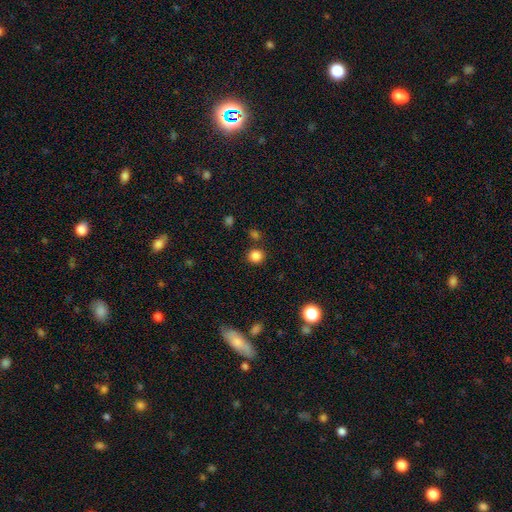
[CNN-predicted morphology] A smooth galaxy with no disk features (85%) that is round (88%). Merging: none (85%).